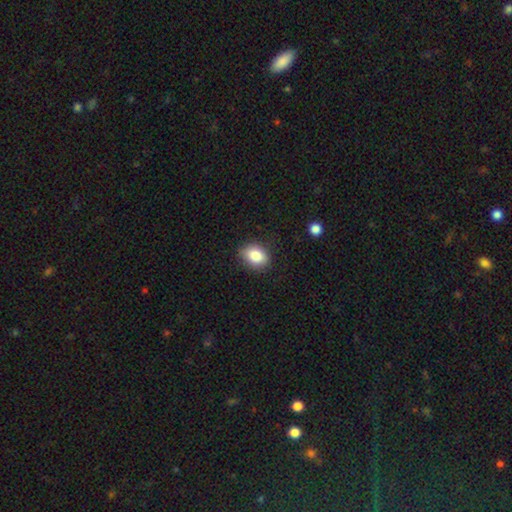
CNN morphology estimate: Smooth or featured? smooth (84%)
How rounded? in between (65%)
Merging? none (83%)